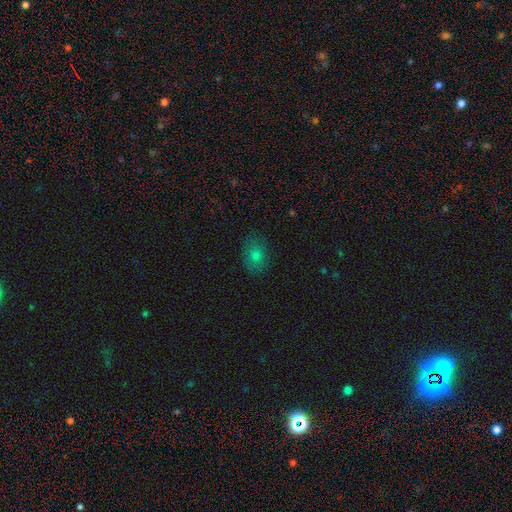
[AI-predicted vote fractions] smooth_or_featured: smooth (p=0.73) [alt: star or artifact p=0.15]
how_rounded: in between (p=0.68) [alt: round p=0.31]
merging: none (p=0.81) [alt: minor disturbance p=0.15]